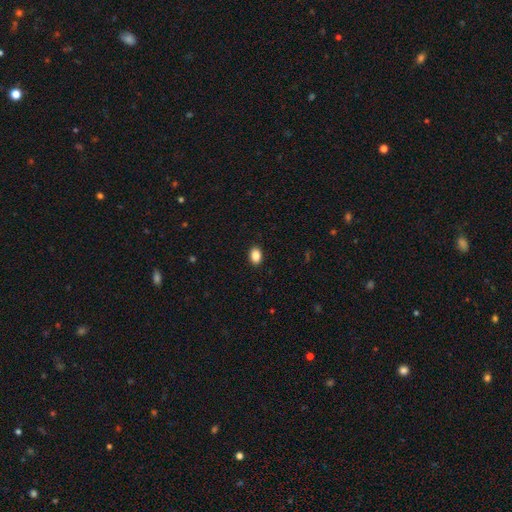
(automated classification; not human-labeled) smooth-or-featured: smooth: 89% | star or artifact: 8% | featured or disk: 3%
  how-rounded: in between: 79% | round: 20% | cigar-shaped: 1%
  merging: none: 91% | minor disturbance: 7% | major disturbance: 2% | merger: 1%